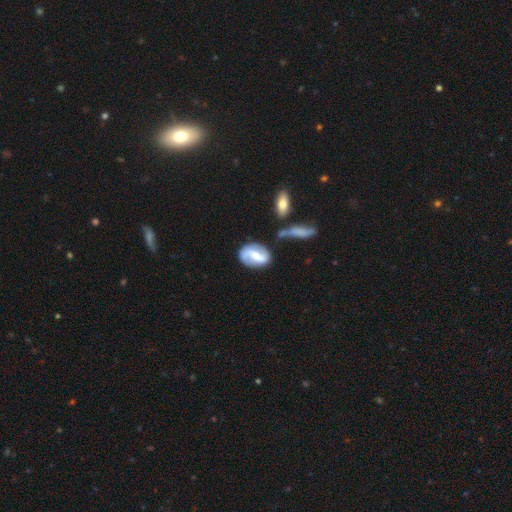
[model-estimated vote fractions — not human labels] A featured or disk galaxy (69%) with a weak bar (43%), 2 (86%) loose (43%) spiral arms (90%) and a moderate central bulge (36%). Merging: none (64%).